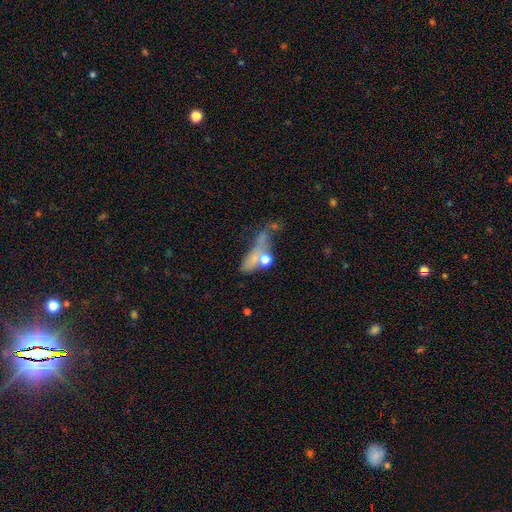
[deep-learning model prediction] Smooth or featured? smooth (48%)
Merging? major disturbance (35%)